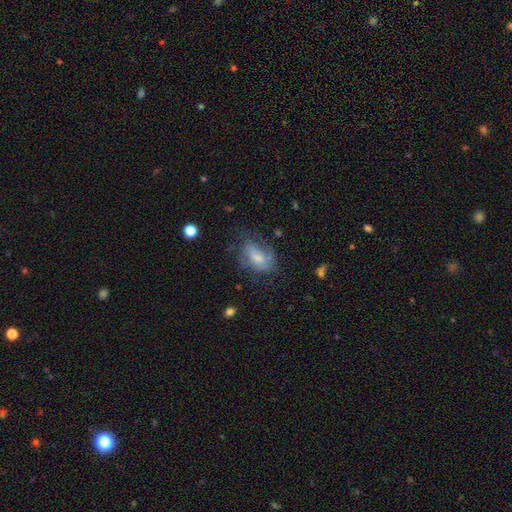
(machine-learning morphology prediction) The model was most divided on "smooth or featured": featured or disk: 46%, smooth: 43%, star or artifact: 10%. More confident: merging — none (52%).